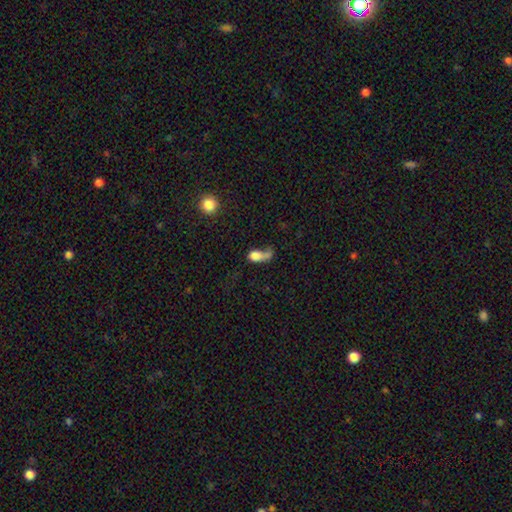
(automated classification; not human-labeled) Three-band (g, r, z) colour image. It shows a smooth galaxy with no disk features (71%) that is in between round and cigar-shaped (68%). Merging: major disturbance (34%).